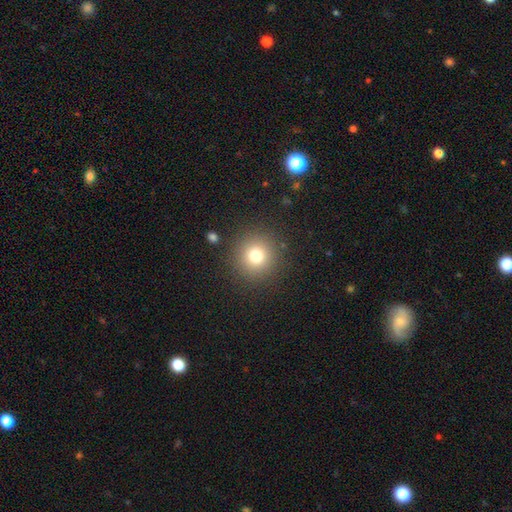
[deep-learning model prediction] Overall: smooth (77%). How rounded: round (94%). Merging: none (89%).